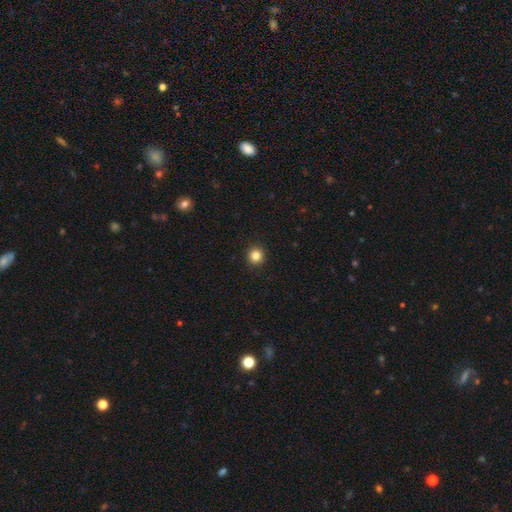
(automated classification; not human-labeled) This is clearly a smooth galaxy (85%). How rounded: clearly round (94%). Merging: clearly none (93%).